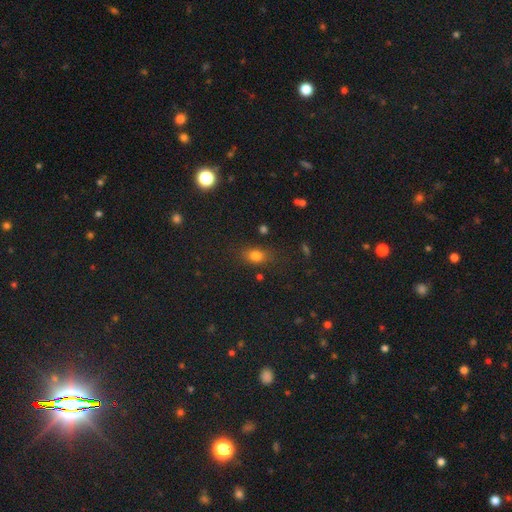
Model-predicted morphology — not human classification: smooth 76%, star or artifact 15%, featured or disk 8%. Down the decision tree: how rounded — in between (65%); merging — none (78%).